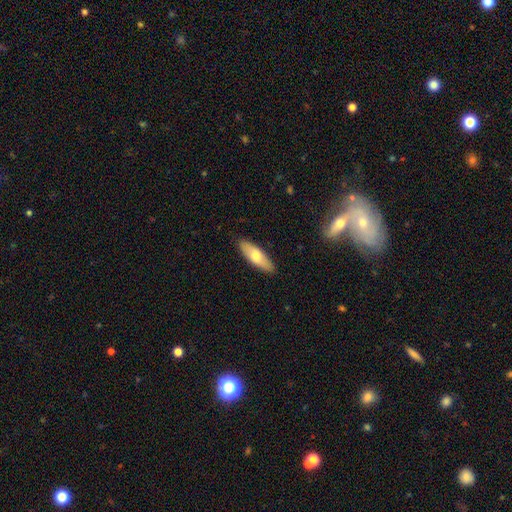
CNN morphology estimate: A smooth galaxy with no disk features (69%) that is in between round and cigar-shaped (58%).

Vote fractions:
- Smooth or featured? smooth: 69% / featured or disk: 25% / star or artifact: 5%
- How rounded? in between: 58% / cigar-shaped: 40% / round: 2%
- Merging? none: 88% / minor disturbance: 9% / major disturbance: 2% / merger: 1%